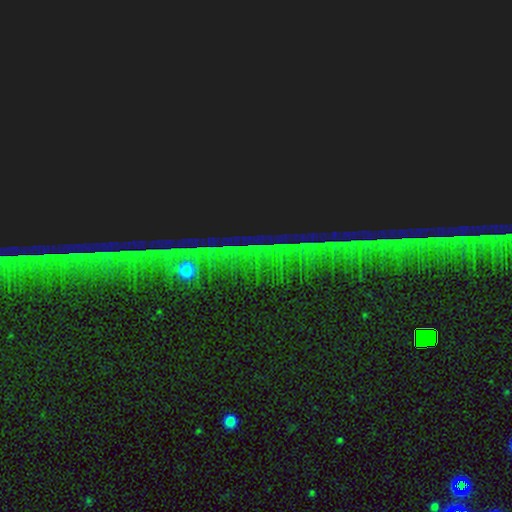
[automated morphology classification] The model was most divided on "smooth or featured": star or artifact: 86%, featured or disk: 8%, smooth: 6%.